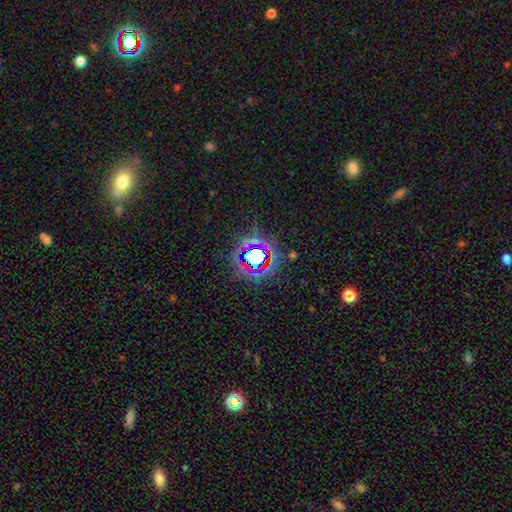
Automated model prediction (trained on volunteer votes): star or artifact 66%, smooth 21%, featured or disk 12%.